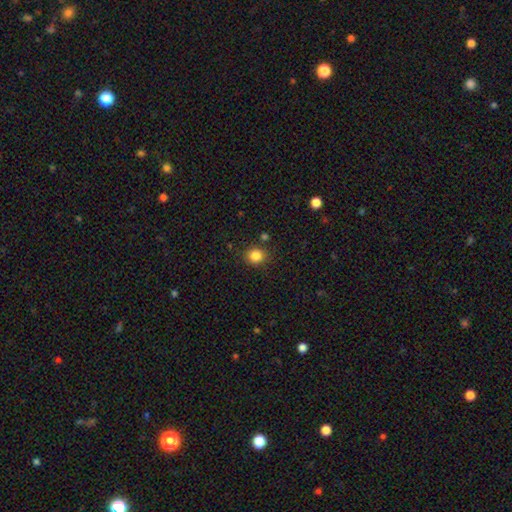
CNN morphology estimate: Smooth or featured? Predicted: smooth (p=0.84). How rounded? Predicted: round (p=0.83). Merging? Predicted: none (p=0.84).